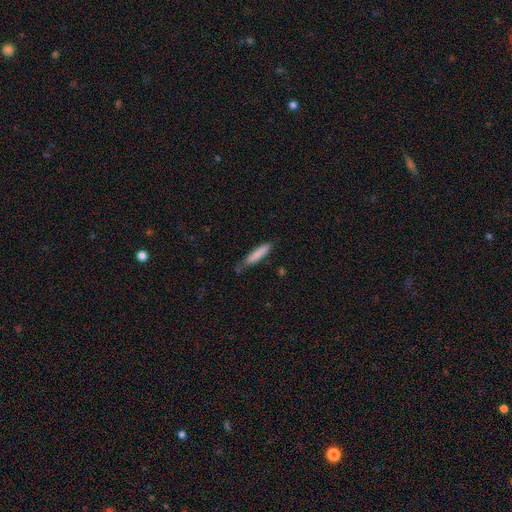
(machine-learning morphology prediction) Smooth or featured? smooth (81%)
How rounded? cigar-shaped (89%)
Merging? none (71%)